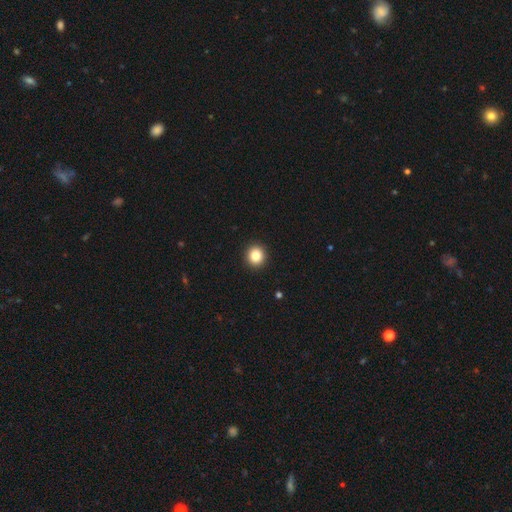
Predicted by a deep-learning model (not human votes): Overall: smooth (84%). How rounded: round (91%). Merging: none (93%).